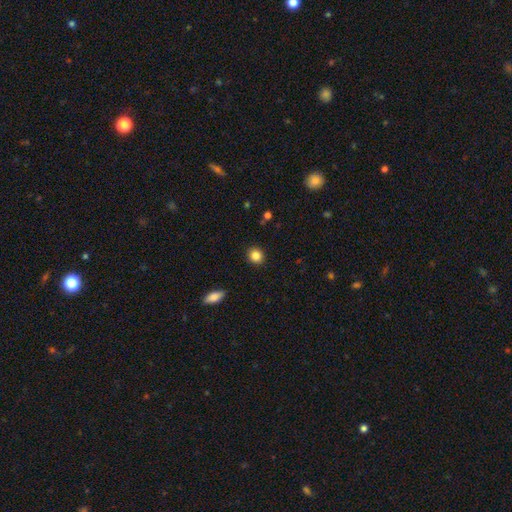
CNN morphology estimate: smooth-or-featured: smooth: 85% | star or artifact: 10% | featured or disk: 5%
  how-rounded: round: 79% | in between: 20% | cigar-shaped: 1%
  merging: none: 91% | minor disturbance: 6% | major disturbance: 2% | merger: 1%